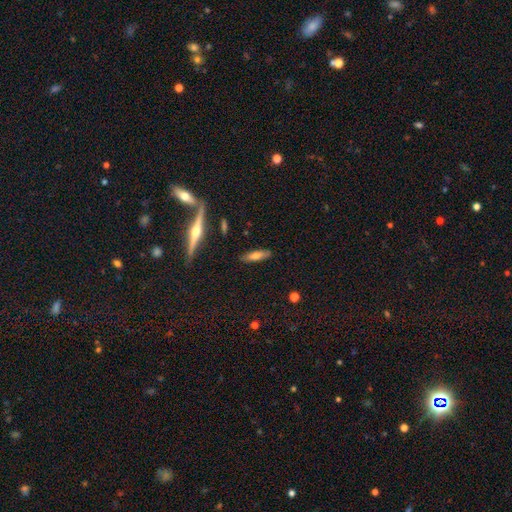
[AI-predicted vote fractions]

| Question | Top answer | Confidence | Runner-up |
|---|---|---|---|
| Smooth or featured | smooth | 58% | featured or disk (34%) |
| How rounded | cigar-shaped | 64% | in between (33%) |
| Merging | none | 84% | minor disturbance (11%) |